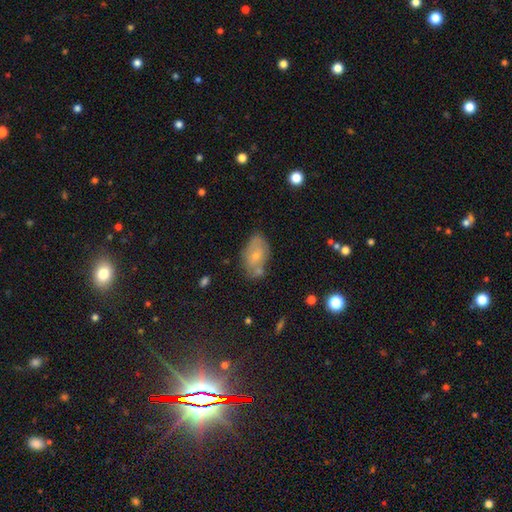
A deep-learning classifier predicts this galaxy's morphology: smooth-or-featured: smooth: 51% | featured or disk: 38% | star or artifact: 11%
  how-rounded: in between: 88% | round: 10% | cigar-shaped: 2%
  merging: none: 54% | minor disturbance: 24% | merger: 15% | major disturbance: 7%